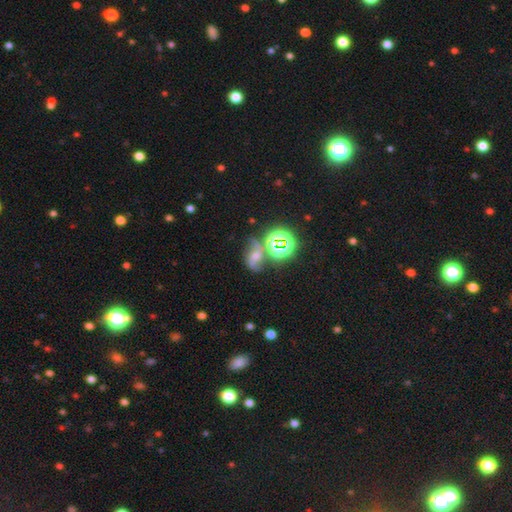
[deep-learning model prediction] This is possibly a featured or disk galaxy (49%). Merging: possibly none (47%).